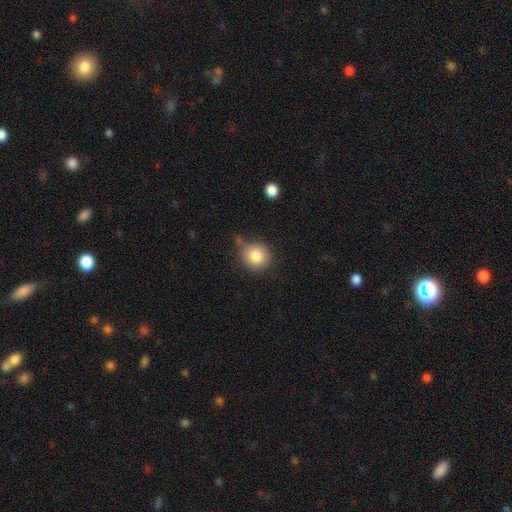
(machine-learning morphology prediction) The model was most divided on "merging": none: 70%, minor disturbance: 18%, merger: 7%, major disturbance: 5%. More confident: how rounded — round (89%); smooth or featured — smooth (83%).